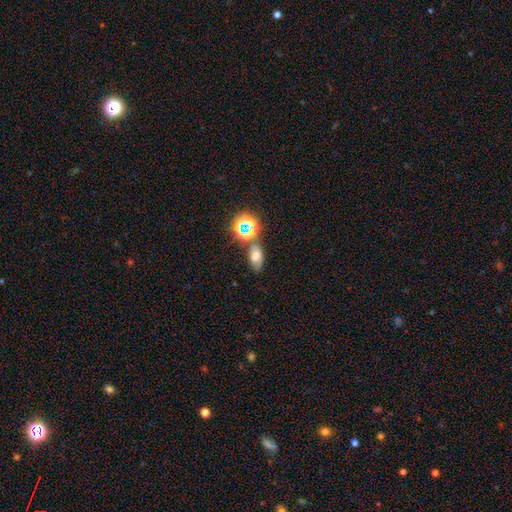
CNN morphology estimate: Smooth or featured? Predicted: smooth (p=0.61). How rounded? Predicted: in between (p=0.84). Merging? Predicted: none (p=0.64).